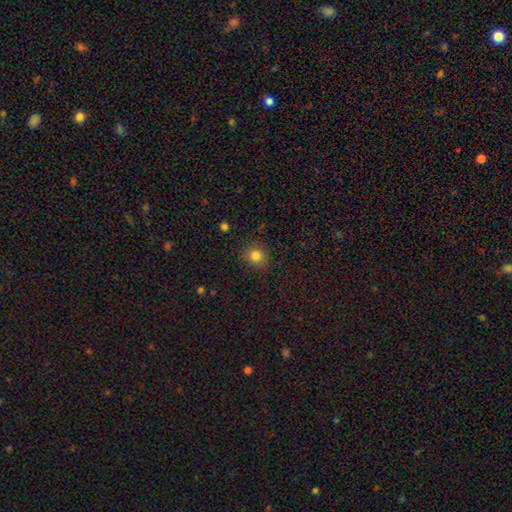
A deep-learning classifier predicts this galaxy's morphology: Smooth or featured? Predicted: smooth (p=0.82). How rounded? Predicted: round (p=0.87). Merging? Predicted: none (p=0.87).